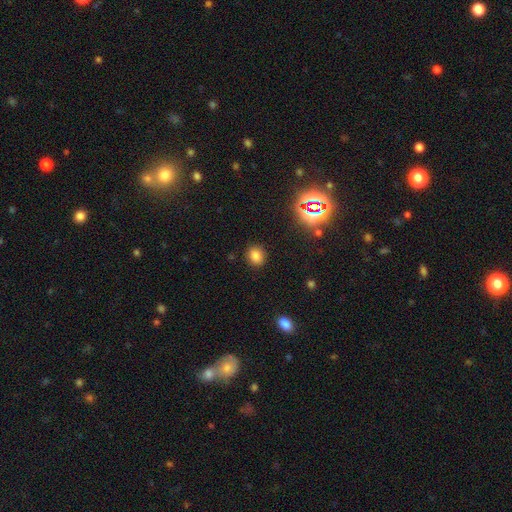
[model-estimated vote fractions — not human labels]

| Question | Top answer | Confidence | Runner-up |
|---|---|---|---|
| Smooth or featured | smooth | 77% | star or artifact (16%) |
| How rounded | round | 67% | in between (32%) |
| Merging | none | 89% | minor disturbance (7%) |